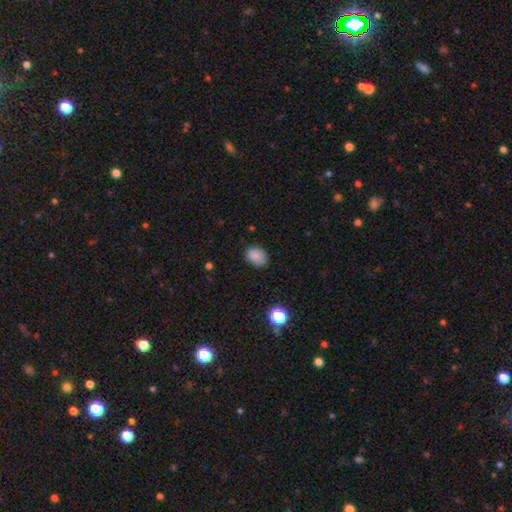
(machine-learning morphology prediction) This appears to be a smooth galaxy with no disk features (84%) that is in between round and cigar-shaped (65%). Merging: none (76%).